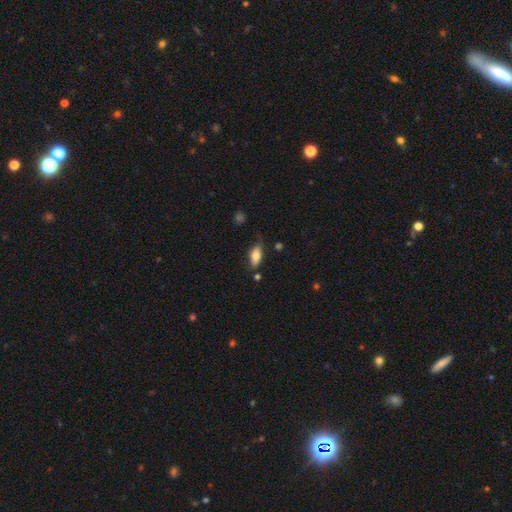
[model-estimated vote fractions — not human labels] A smooth galaxy with no disk features (73%) that is in between round and cigar-shaped (82%).

Vote fractions:
- Smooth or featured? smooth: 73% / featured or disk: 20% / star or artifact: 7%
- How rounded? in between: 82% / cigar-shaped: 15% / round: 3%
- Merging? none: 65% / minor disturbance: 25% / major disturbance: 6% / merger: 4%